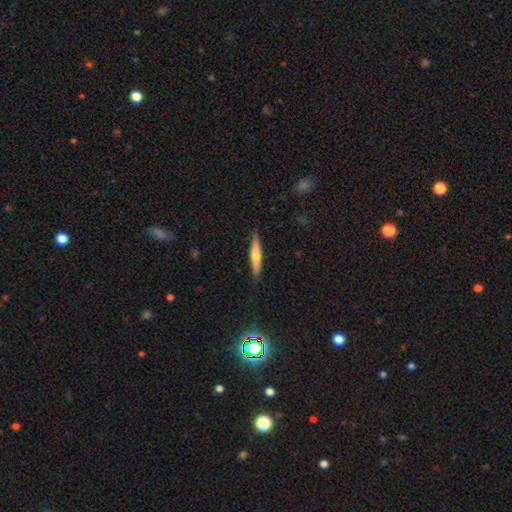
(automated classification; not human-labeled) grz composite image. It shows a smooth galaxy with no disk features (55%) that is cigar-shaped (90%). Merging: none (88%).